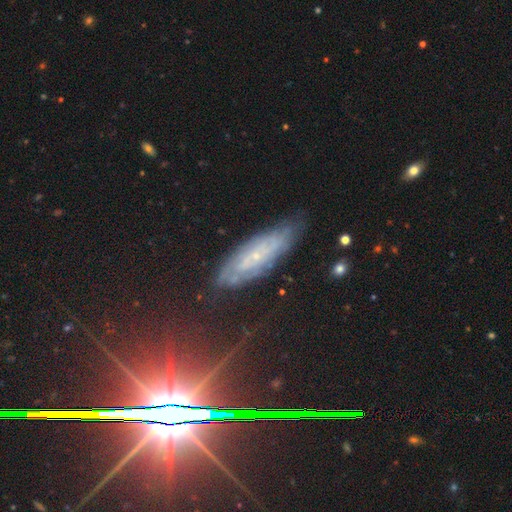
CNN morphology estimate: A featured or disk galaxy (64%). Merging: none (76%).